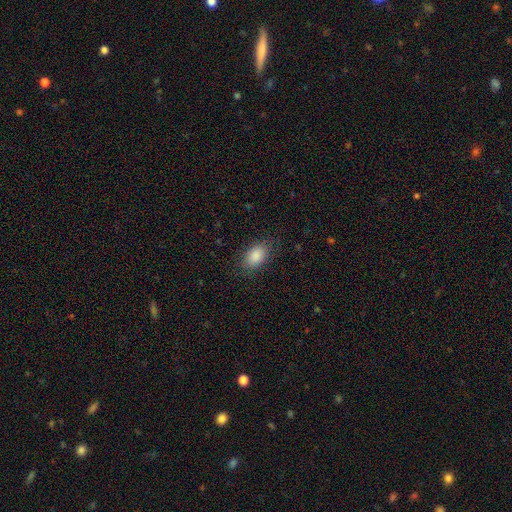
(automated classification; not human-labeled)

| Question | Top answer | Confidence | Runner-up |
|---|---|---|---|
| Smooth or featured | smooth | 87% | star or artifact (7%) |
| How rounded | in between | 89% | round (9%) |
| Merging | none | 81% | minor disturbance (13%) |